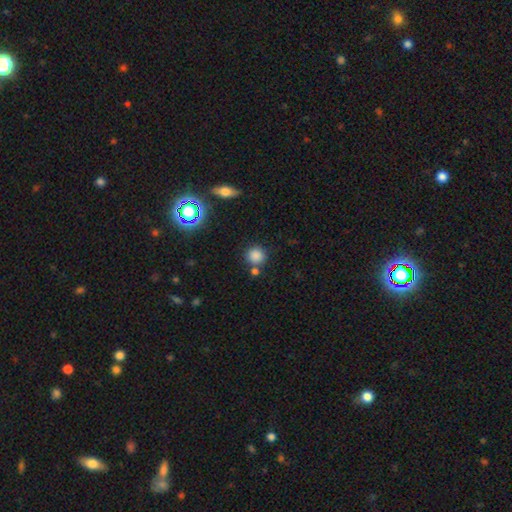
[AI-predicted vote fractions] Overall: smooth (82%). How rounded: round (91%). Merging: none (75%).